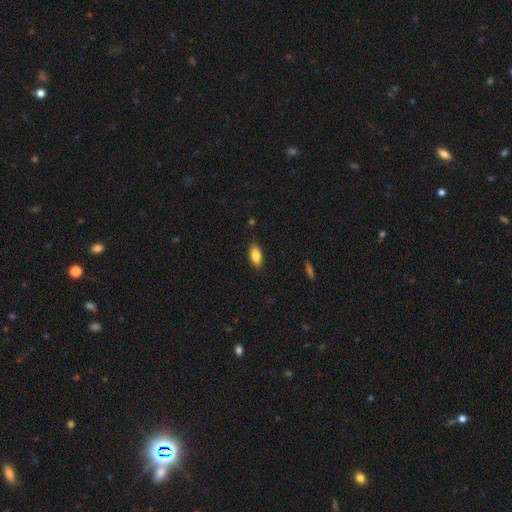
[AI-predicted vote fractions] Smooth or featured? smooth (84%)
How rounded? in between (89%)
Merging? none (86%)